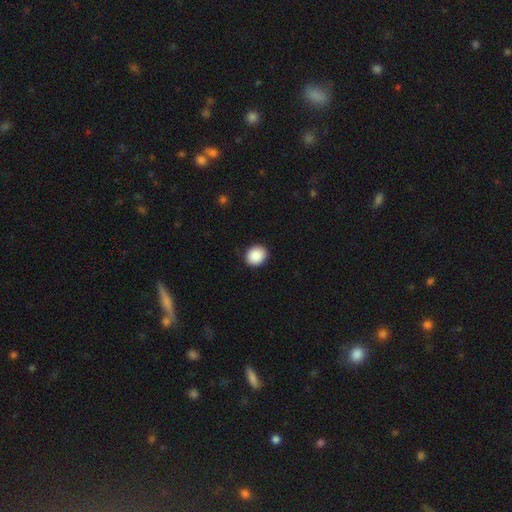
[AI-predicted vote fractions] Overall: smooth (89%). How rounded: round (72%). Merging: none (90%).